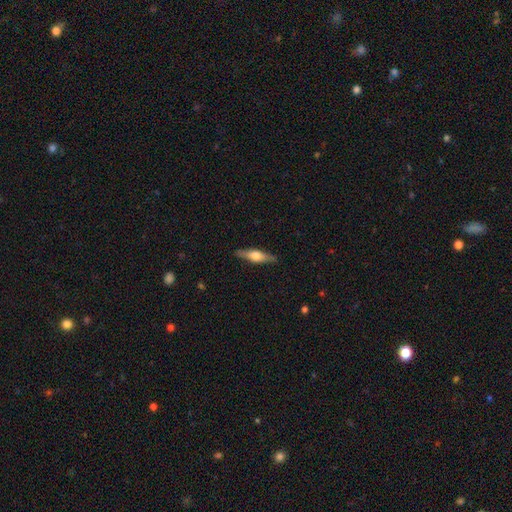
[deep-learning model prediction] smooth-or-featured: featured or disk: 54% | smooth: 41% | star or artifact: 6%
  disk-edge-on: yes: 94% | no: 6%
    edge-on-bulge: rounded: 90% | boxy: 7% | none: 3%
  merging: none: 88% | minor disturbance: 9% | major disturbance: 2% | merger: 1%